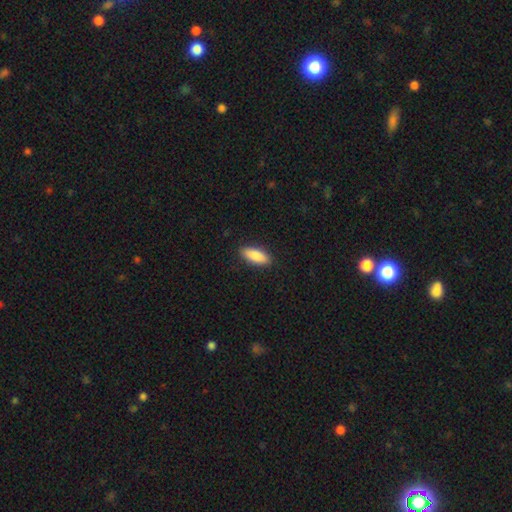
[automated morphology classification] A smooth galaxy with no disk features (89%) that is in between round and cigar-shaped (74%). Merging: none (89%).